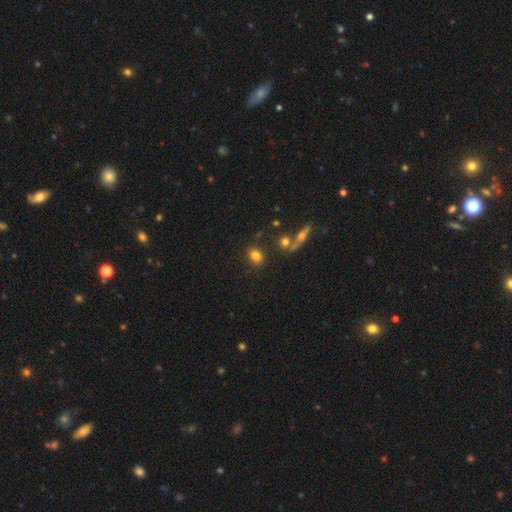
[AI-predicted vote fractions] Q: Smooth or featured?
A: smooth (80%); runner-up: star or artifact (11%)
Q: How rounded?
A: in between (51%); runner-up: round (46%)
Q: Merging?
A: none (77%); runner-up: minor disturbance (11%)